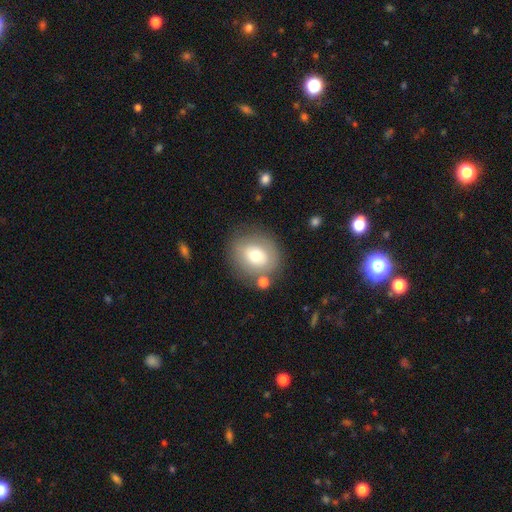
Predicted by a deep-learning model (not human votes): Smooth or featured? smooth (65%)
How rounded? round (75%)
Merging? none (73%)